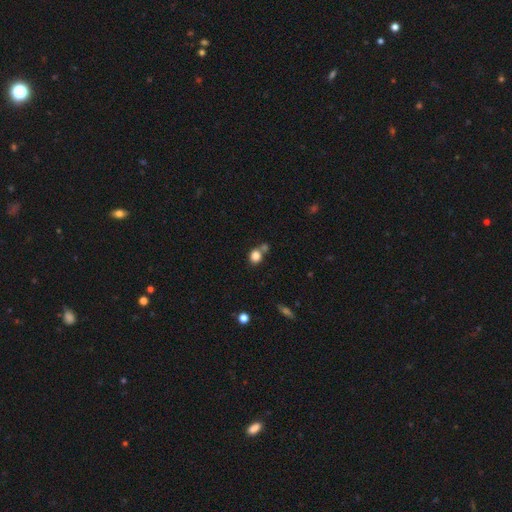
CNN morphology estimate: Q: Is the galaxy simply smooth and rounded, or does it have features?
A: smooth — 83%.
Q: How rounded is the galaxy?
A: round — 66%.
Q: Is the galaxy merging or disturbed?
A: none — 54%.